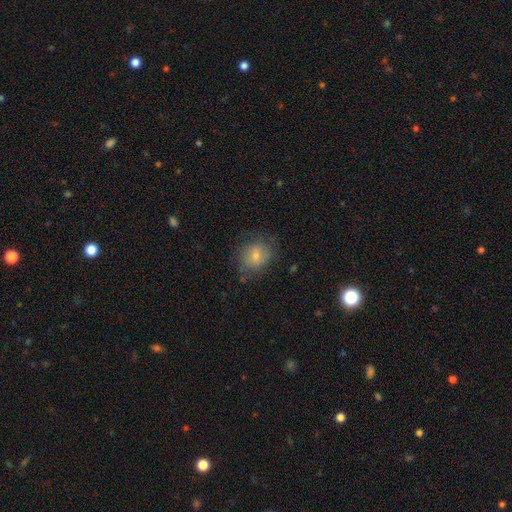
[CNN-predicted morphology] Smooth or featured? Predicted: smooth (p=0.67). How rounded? Predicted: round (p=0.64). Merging? Predicted: none (p=0.64).